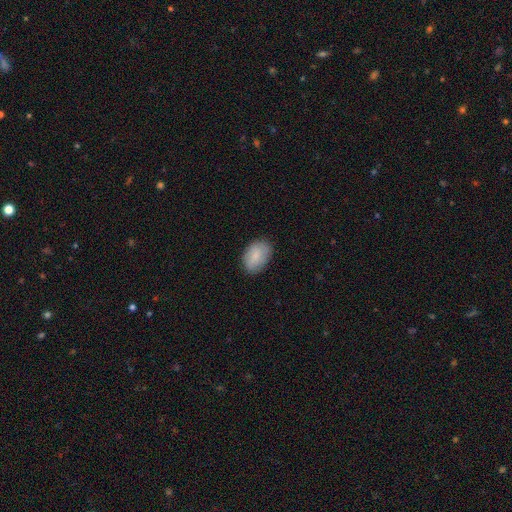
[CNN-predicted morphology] smooth_or_featured: smooth (p=0.85) [alt: featured or disk p=0.08]
how_rounded: in between (p=0.87) [alt: round p=0.12]
merging: none (p=0.82) [alt: minor disturbance p=0.14]